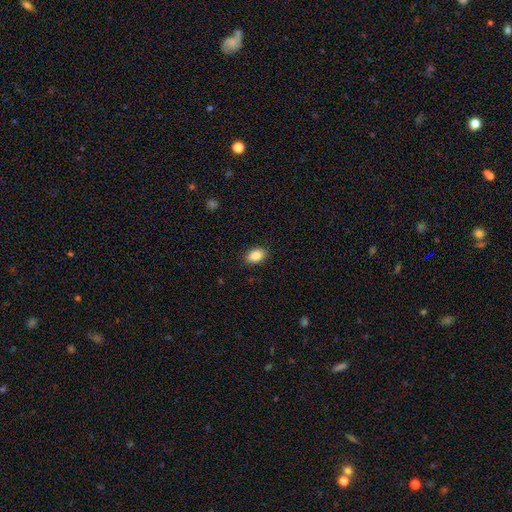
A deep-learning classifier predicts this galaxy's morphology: smooth 86%, star or artifact 8%, featured or disk 6%. Down the decision tree: how rounded — in between (86%); merging — none (89%).